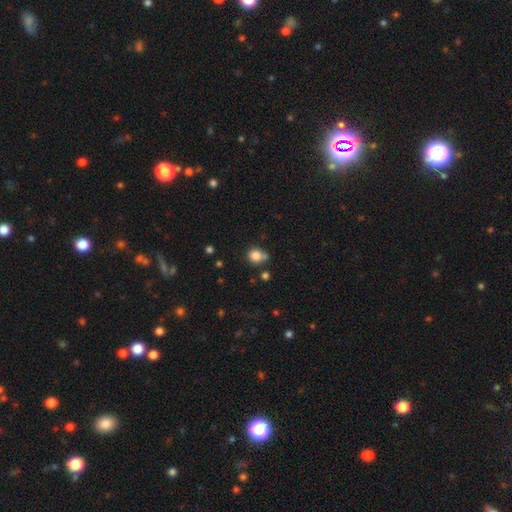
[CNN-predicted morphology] Smooth or featured? Predicted: smooth (p=0.82). How rounded? Predicted: round (p=0.84). Merging? Predicted: none (p=0.62).